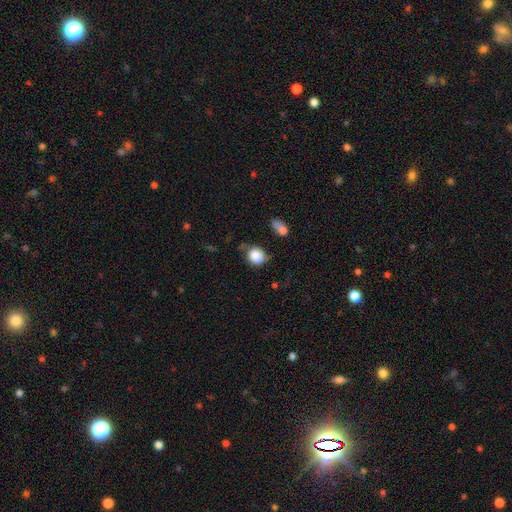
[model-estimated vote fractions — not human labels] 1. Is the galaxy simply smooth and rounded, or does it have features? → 85% smooth, 8% star or artifact, 7% featured or disk.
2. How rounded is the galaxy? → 73% round, 26% in between, 1% cigar-shaped.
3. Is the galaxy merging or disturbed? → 54% none, 29% minor disturbance, 10% major disturbance, 6% merger.